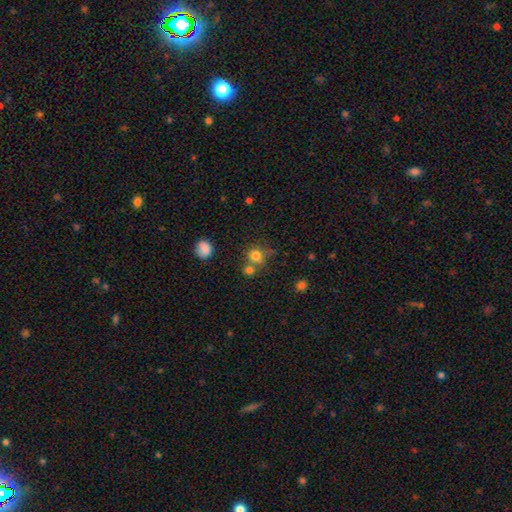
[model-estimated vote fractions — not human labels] Overall: smooth (78%). How rounded: round (84%). Merging: none (55%; merger 28%).